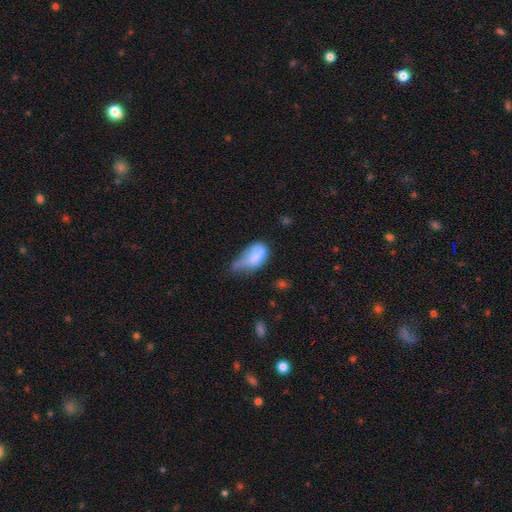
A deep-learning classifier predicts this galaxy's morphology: type=smooth (70%); roundness=in between (89%); merging=minor disturbance (37%).